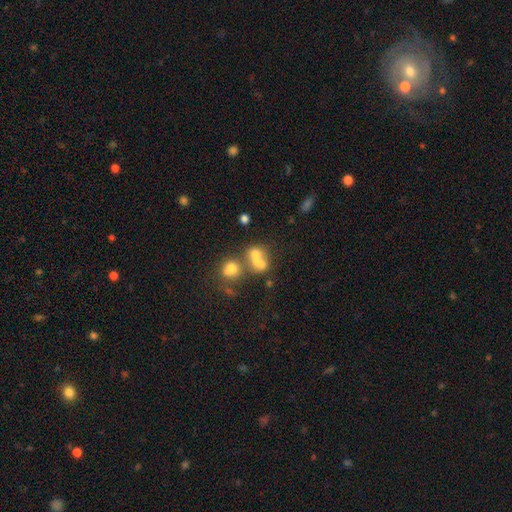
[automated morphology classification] smooth_or_featured: smooth (p=0.56) [alt: featured or disk p=0.23]
how_rounded: round (p=0.55) [alt: in between p=0.42]
merging: merger (p=0.54) [alt: none p=0.30]